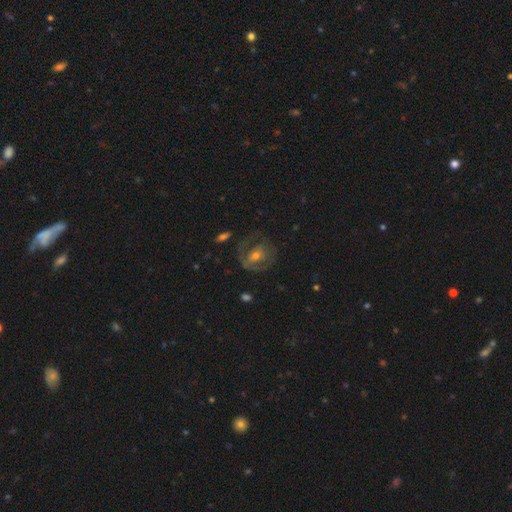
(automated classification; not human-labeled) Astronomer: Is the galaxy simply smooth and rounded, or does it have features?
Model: featured or disk — 64%.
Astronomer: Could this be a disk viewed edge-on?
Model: no — 95%.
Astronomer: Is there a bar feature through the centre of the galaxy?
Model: no — 55% (runner-up: weak, 31%).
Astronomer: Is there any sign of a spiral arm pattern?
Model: yes — 56% (runner-up: no, 44%).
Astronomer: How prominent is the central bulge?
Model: moderate — 52% (runner-up: small, 42%).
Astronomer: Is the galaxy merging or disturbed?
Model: none — 61%.